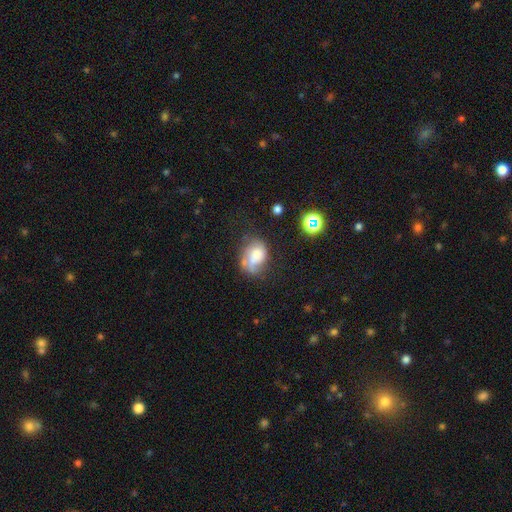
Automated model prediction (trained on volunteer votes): Overall: smooth (56%; featured or disk 33%). How rounded: in between (68%; round 31%). Merging: none (34%; minor disturbance 29%).